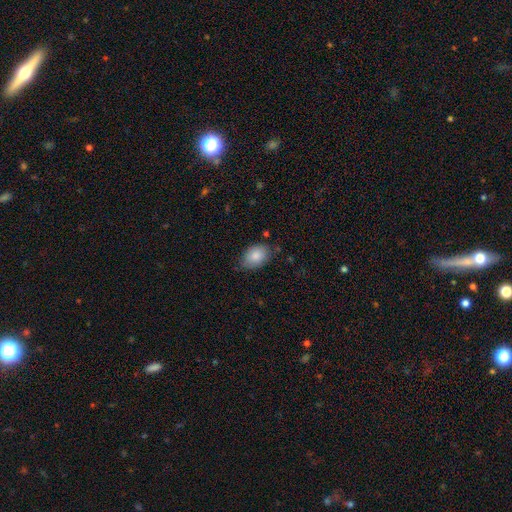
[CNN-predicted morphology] A smooth galaxy with no disk features (85%) that is in between round and cigar-shaped (86%).

Vote fractions:
- Smooth or featured? smooth: 85% / featured or disk: 9% / star or artifact: 7%
- How rounded? in between: 86% / round: 13% / cigar-shaped: 1%
- Merging? none: 72% / minor disturbance: 22% / major disturbance: 4% / merger: 2%